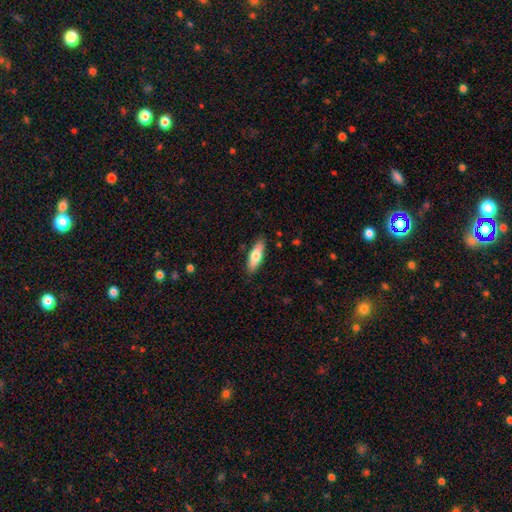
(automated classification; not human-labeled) smooth 69%, featured or disk 25%, star or artifact 6%. Down the decision tree: how rounded — in between (53%); merging — none (87%).